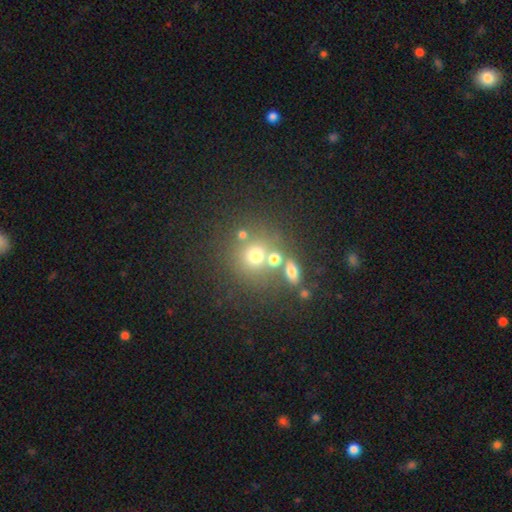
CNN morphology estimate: The model was most divided on "merging": none: 56%, merger: 29%, minor disturbance: 9%, major disturbance: 5%. More confident: how rounded — round (86%); smooth or featured — smooth (67%).